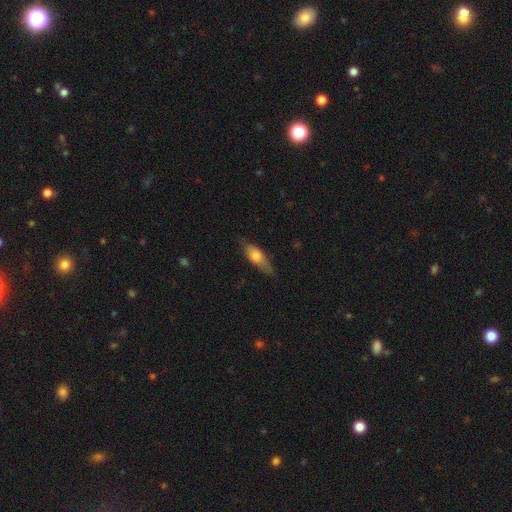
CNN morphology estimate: type=smooth (66%); roundness=in between (61%); merging=none (65%).